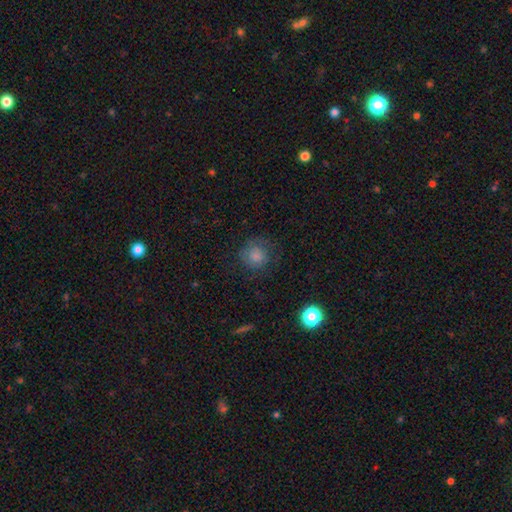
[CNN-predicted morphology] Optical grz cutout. It shows a smooth galaxy with no disk features (80%) that is round (90%). Merging: none (73%).